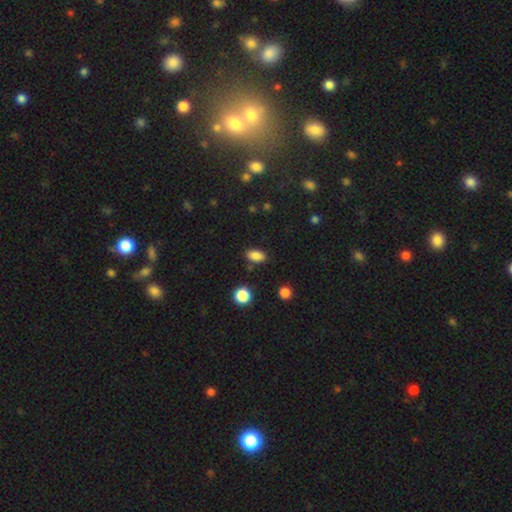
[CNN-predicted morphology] smooth-or-featured: smooth: 85% | star or artifact: 10% | featured or disk: 5%
  how-rounded: in between: 88% | round: 8% | cigar-shaped: 4%
  merging: none: 85% | minor disturbance: 10% | merger: 3% | major disturbance: 3%